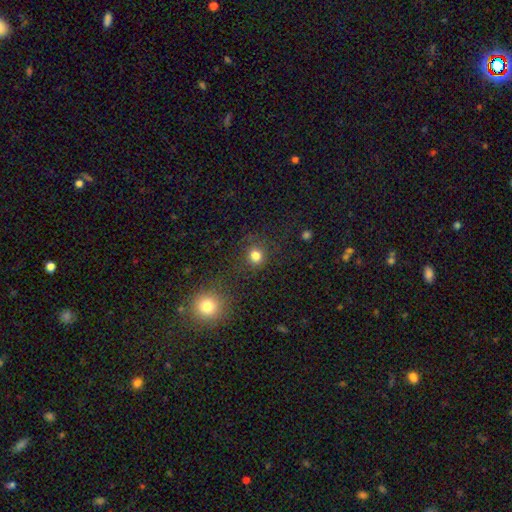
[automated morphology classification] A smooth galaxy with no disk features (80%) that is round (89%). Merging: none (84%).